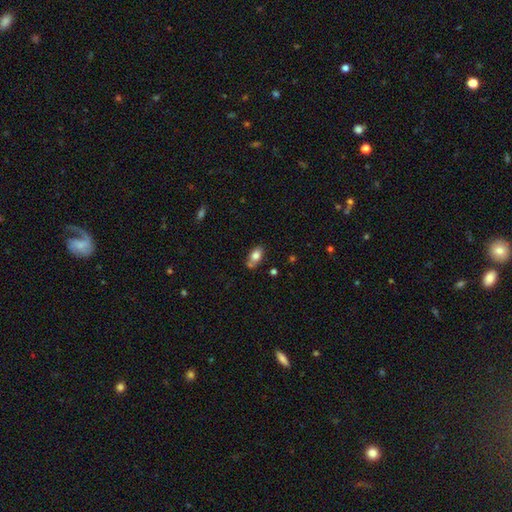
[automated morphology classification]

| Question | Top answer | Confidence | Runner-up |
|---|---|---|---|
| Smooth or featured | smooth | 77% | featured or disk (15%) |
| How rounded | in between | 87% | round (9%) |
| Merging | none | 58% | minor disturbance (20%) |